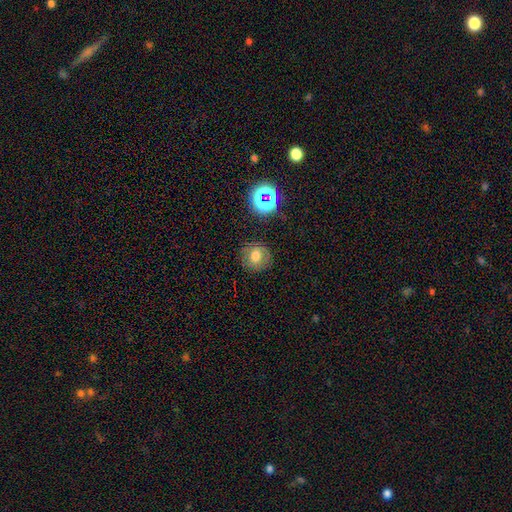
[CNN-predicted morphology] This appears to be a smooth galaxy with no disk features (62%) that is round (87%). Merging: none (83%).